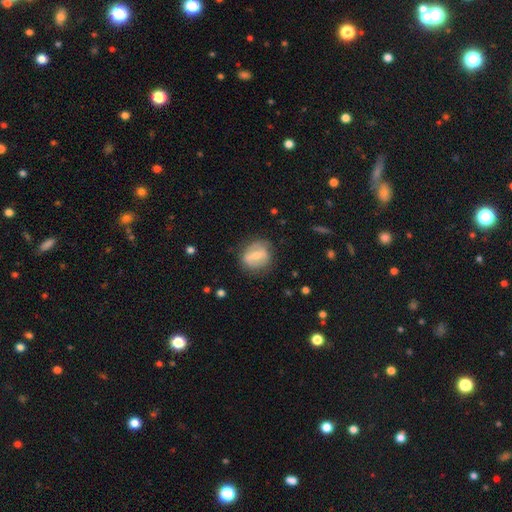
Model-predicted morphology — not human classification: The model was most divided on "smooth or featured": featured or disk: 52%, smooth: 41%, star or artifact: 7%. More confident: edge-on disk — no (93%); merging — none (73%).